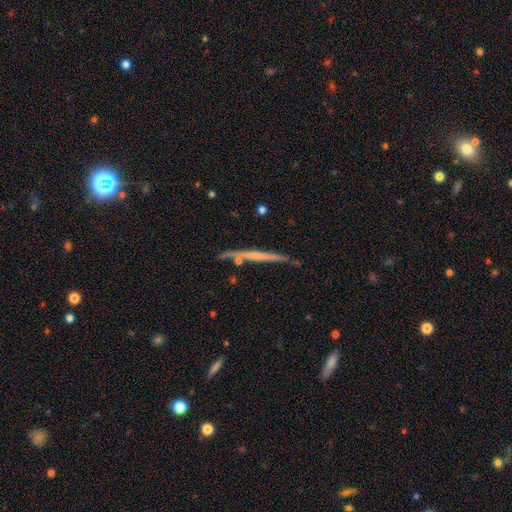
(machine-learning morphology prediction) The model was most divided on "smooth or featured": featured or disk: 59%, smooth: 36%, star or artifact: 6%. More confident: edge-on disk — yes (96%); edge-on bulge — none (81%); merging — none (80%).